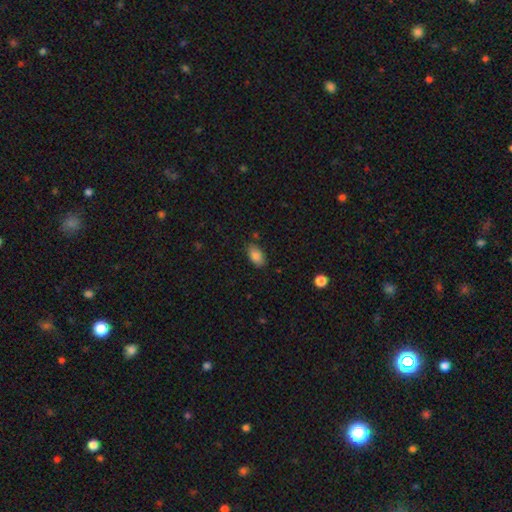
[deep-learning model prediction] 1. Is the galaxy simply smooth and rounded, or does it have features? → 86% smooth, 8% star or artifact, 6% featured or disk.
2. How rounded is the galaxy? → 92% in between, 6% round, 2% cigar-shaped.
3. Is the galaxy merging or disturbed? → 82% none, 13% minor disturbance, 3% major disturbance, 2% merger.